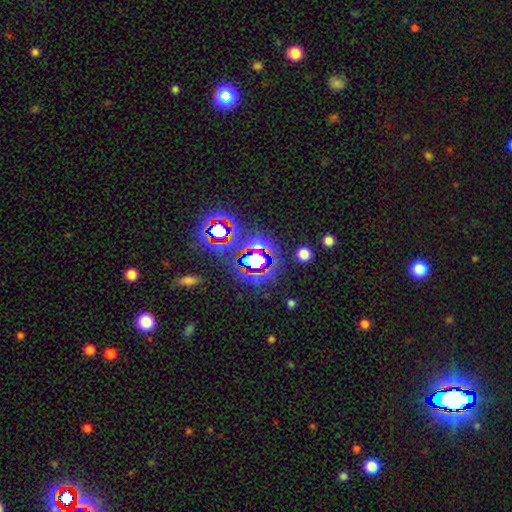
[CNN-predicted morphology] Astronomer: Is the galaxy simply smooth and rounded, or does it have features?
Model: star or artifact — 69%.